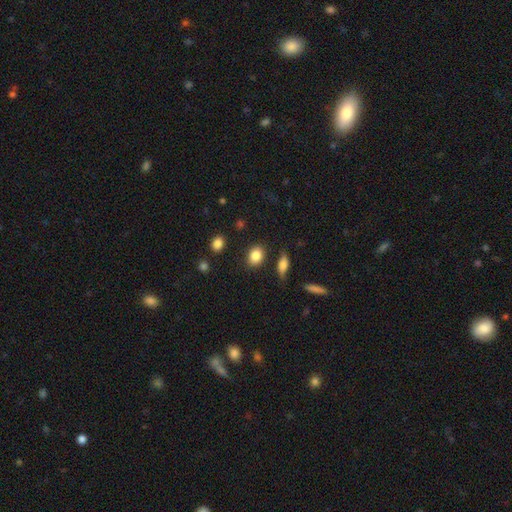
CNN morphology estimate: This appears to be a smooth galaxy with no disk features (86%) that is in between round and cigar-shaped (63%). Merging: none (83%).